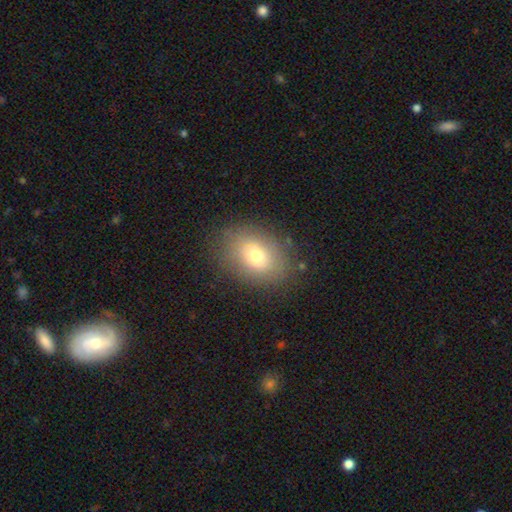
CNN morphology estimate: Overall: smooth (71%). How rounded: in between (69%; round 29%). Merging: none (82%).